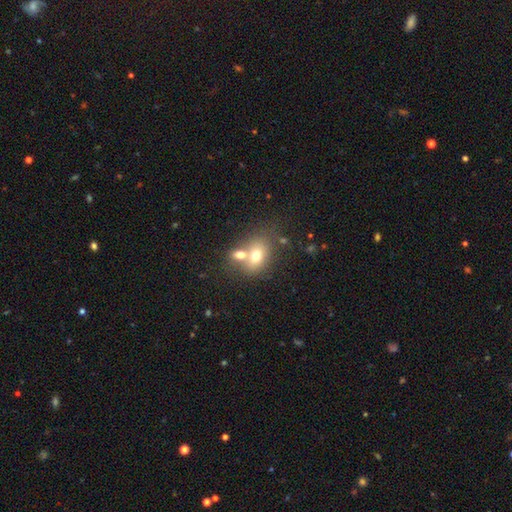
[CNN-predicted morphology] This appears to be a smooth galaxy with no disk features (69%) that is in between round and cigar-shaped (66%). Merging: merger (52%).